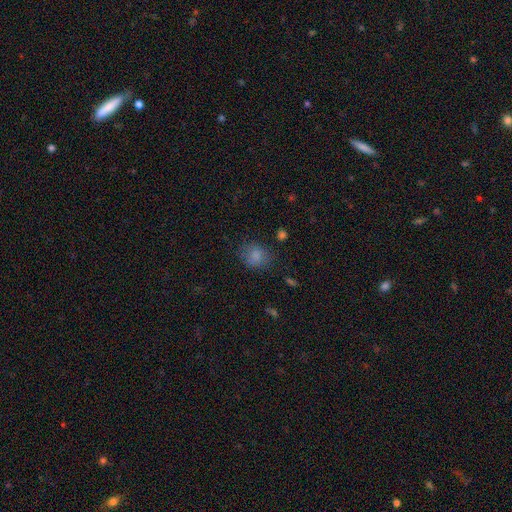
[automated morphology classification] smooth 81%, star or artifact 12%, featured or disk 7%. Down the decision tree: how rounded — round (62%); merging — none (72%).